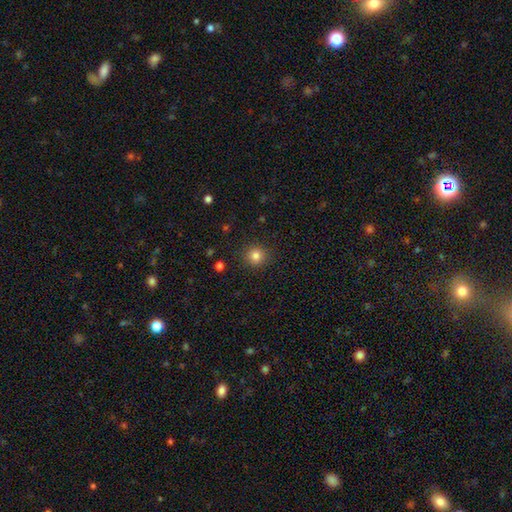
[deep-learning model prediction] Morphology: type=smooth (82%); roundness=round (93%); merging=none (91%).